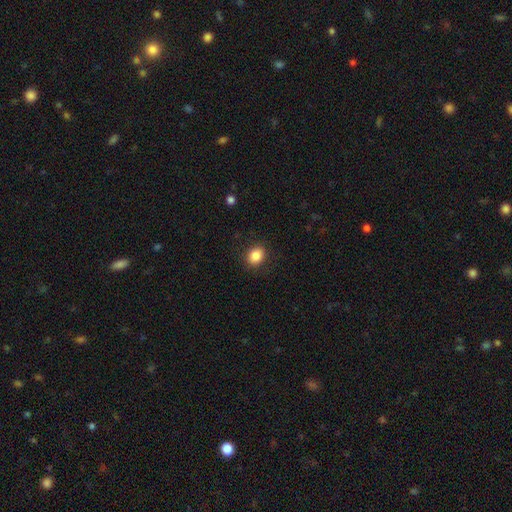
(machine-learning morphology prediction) Smooth or featured? Predicted: smooth (p=0.86). How rounded? Predicted: in between (p=0.51). Merging? Predicted: none (p=0.88).